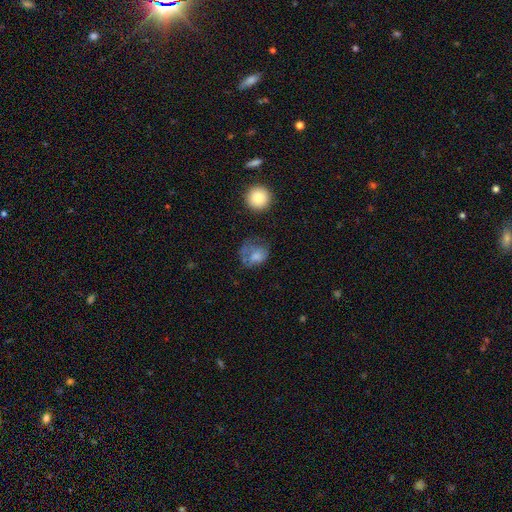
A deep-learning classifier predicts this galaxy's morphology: Overall: smooth (66%). How rounded: round (53%; in between 46%). Merging: major disturbance (34%, tied with none).